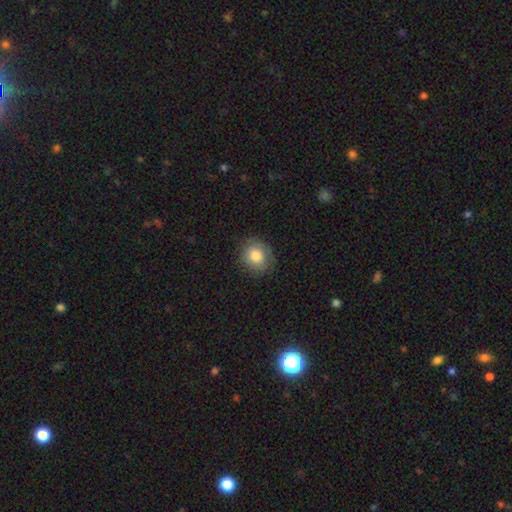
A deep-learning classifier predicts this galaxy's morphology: type=smooth (82%); roundness=round (80%); merging=none (84%).